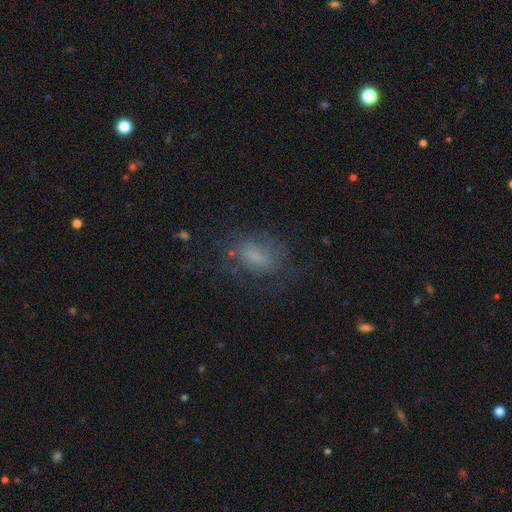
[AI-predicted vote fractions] smooth 63%, featured or disk 24%, star or artifact 14%. Down the decision tree: how rounded — in between (81%); merging — none (60%).